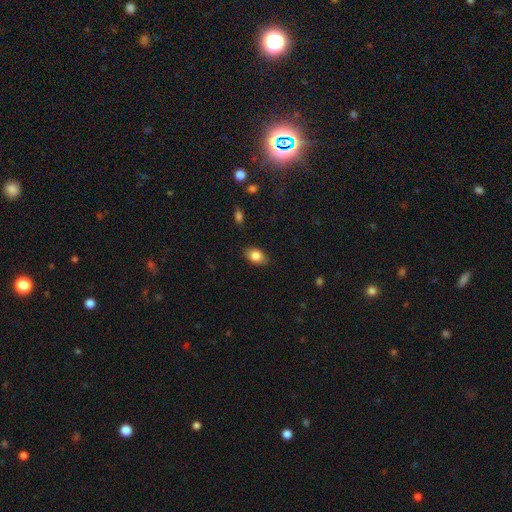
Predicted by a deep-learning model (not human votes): A smooth galaxy with no disk features (83%) that is in between round and cigar-shaped (85%). Merging: none (86%).